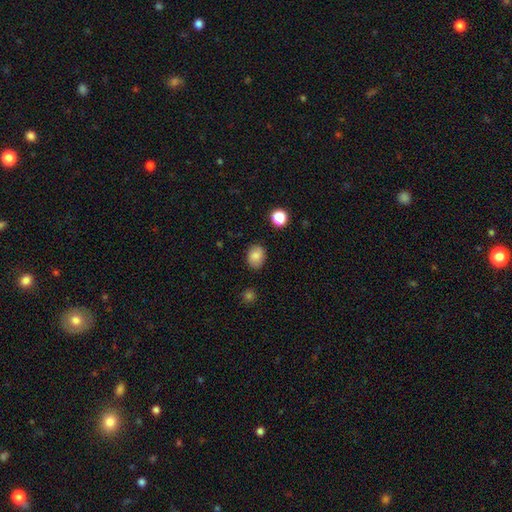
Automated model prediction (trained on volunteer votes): Smooth or featured: smooth — 84% (star or artifact — 10%)
How rounded: in between — 59% (round — 40%)
Merging: none — 83% (minor disturbance — 13%)